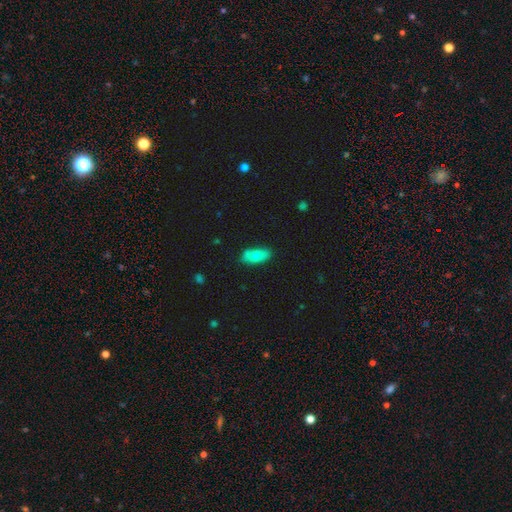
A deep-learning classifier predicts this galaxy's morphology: smooth-or-featured: smooth: 72% | featured or disk: 21% | star or artifact: 7%
  how-rounded: in between: 84% | cigar-shaped: 13% | round: 3%
  merging: none: 78% | minor disturbance: 15% | merger: 4% | major disturbance: 3%